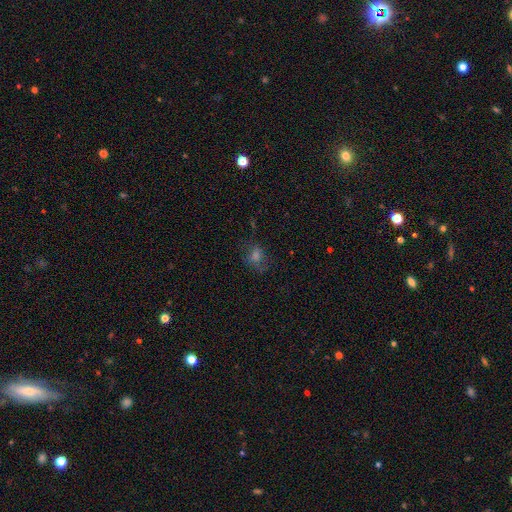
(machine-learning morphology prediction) Smooth or featured?
  - smooth: 54% *
  - star or artifact: 26%
  - featured or disk: 20%
How rounded?
  - in between: 52% *
  - round: 46%
  - cigar-shaped: 2%
Merging?
  - none: 63% *
  - minor disturbance: 20%
  - major disturbance: 15%
  - merger: 2%